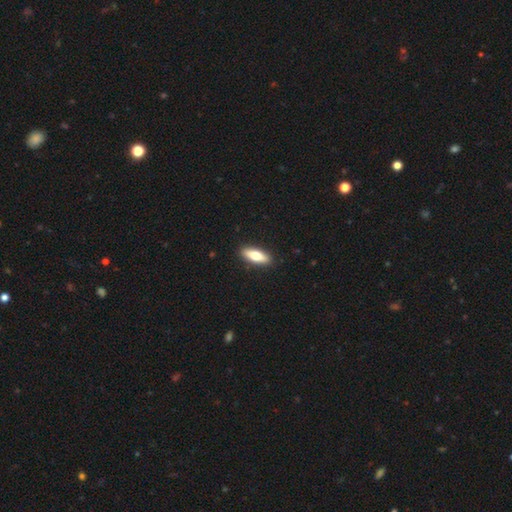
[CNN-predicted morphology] type=smooth (68%); roundness=in between (56%); merging=none (91%).